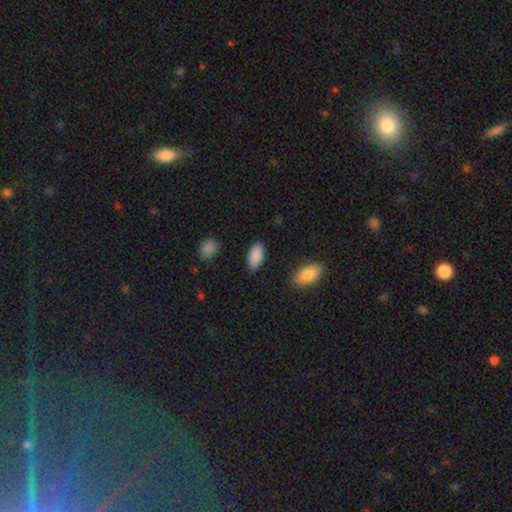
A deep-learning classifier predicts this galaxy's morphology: Q: Smooth or featured?
A: smooth (90%); runner-up: star or artifact (7%)
Q: How rounded?
A: in between (94%); runner-up: cigar-shaped (4%)
Q: Merging?
A: none (87%); runner-up: minor disturbance (9%)